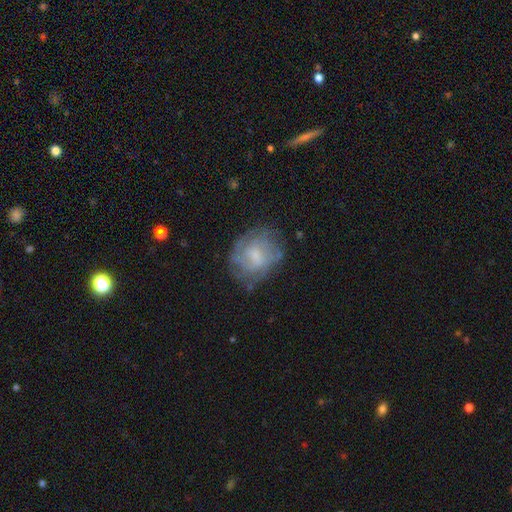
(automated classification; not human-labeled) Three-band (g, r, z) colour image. It shows a featured or disk galaxy (60%) with no bar (49%), spiral arms (70%) and a small central bulge (46%). Merging: none (64%).